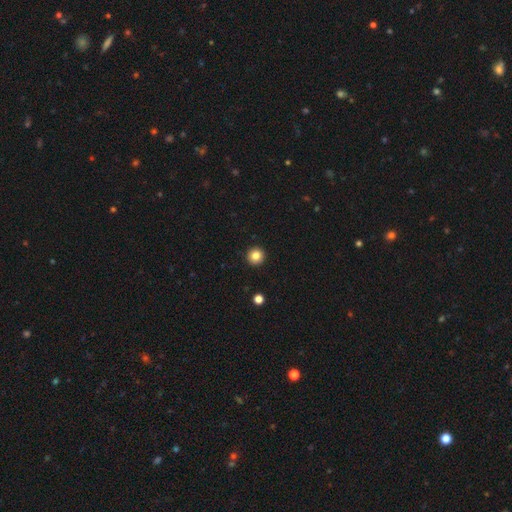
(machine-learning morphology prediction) Overall: smooth (84%). How rounded: round (96%). Merging: none (94%).